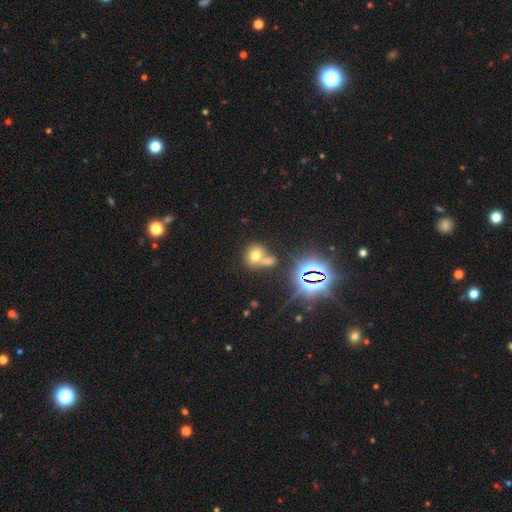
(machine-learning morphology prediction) Smooth or featured: smooth — 63% (star or artifact — 22%)
How rounded: round — 67% (in between — 32%)
Merging: merger — 51% (none — 35%)